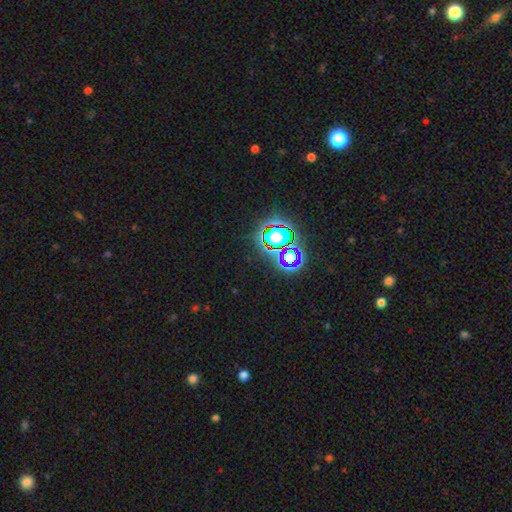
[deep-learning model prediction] Smooth or featured? star or artifact (81%)